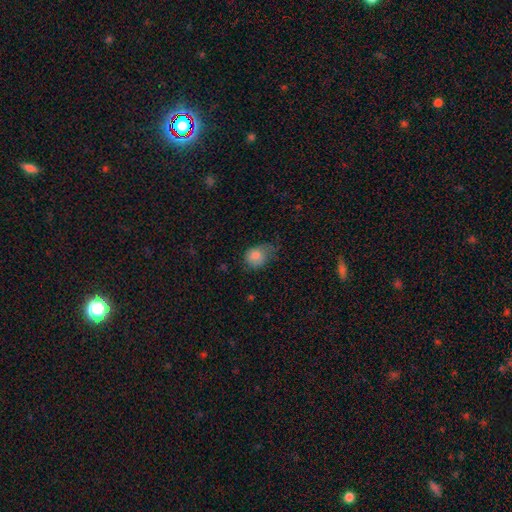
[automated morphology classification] Smooth or featured: smooth — 82% (star or artifact — 9%)
How rounded: in between — 50% (round — 49%)
Merging: minor disturbance — 41% (none — 36%)